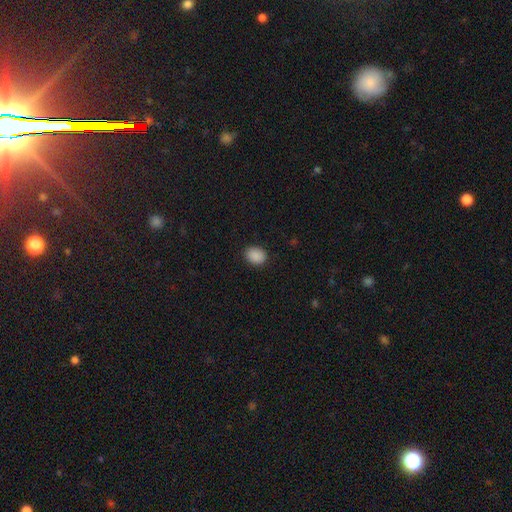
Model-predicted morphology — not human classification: smooth 89%, star or artifact 8%, featured or disk 2%. Down the decision tree: how rounded — in between (55%); merging — none (88%).